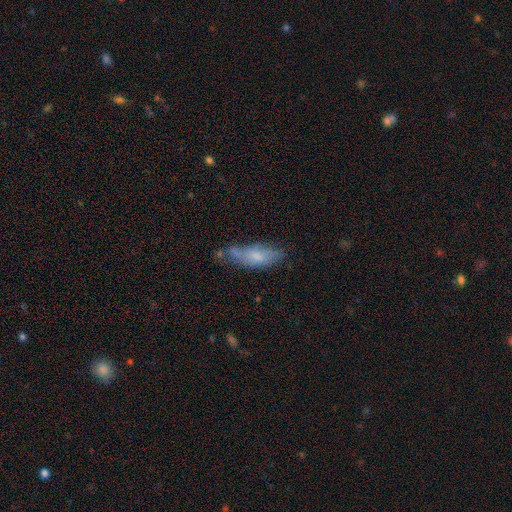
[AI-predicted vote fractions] Smooth or featured? Predicted: smooth (p=0.64). How rounded? Predicted: in between (p=0.65). Merging? Predicted: none (p=0.44).